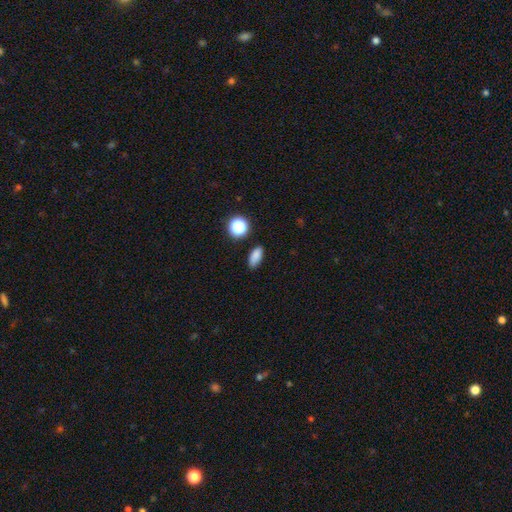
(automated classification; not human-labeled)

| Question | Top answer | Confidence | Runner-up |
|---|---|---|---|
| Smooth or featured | smooth | 83% | star or artifact (12%) |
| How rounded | in between | 82% | cigar-shaped (9%) |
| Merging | none | 82% | minor disturbance (13%) |